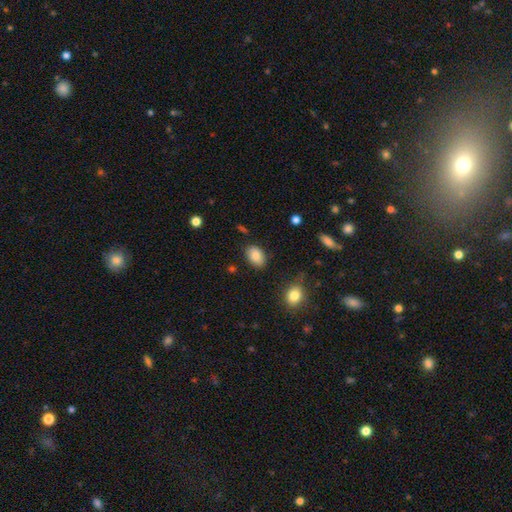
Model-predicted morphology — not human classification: This is clearly a smooth galaxy (85%). How rounded: clearly in between (83%). Merging: clearly none (83%).